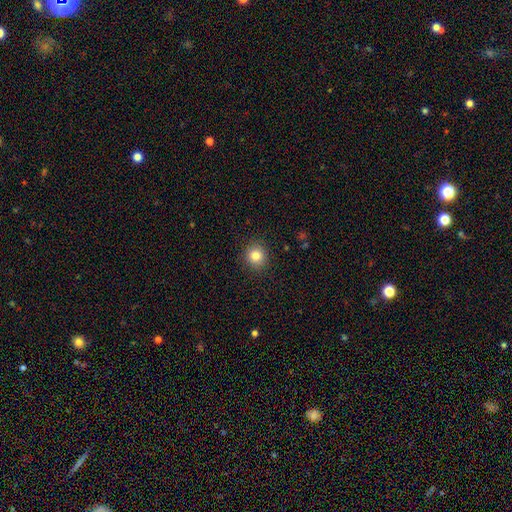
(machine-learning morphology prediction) A smooth galaxy with no disk features (82%) that is round (88%). Merging: none (90%).